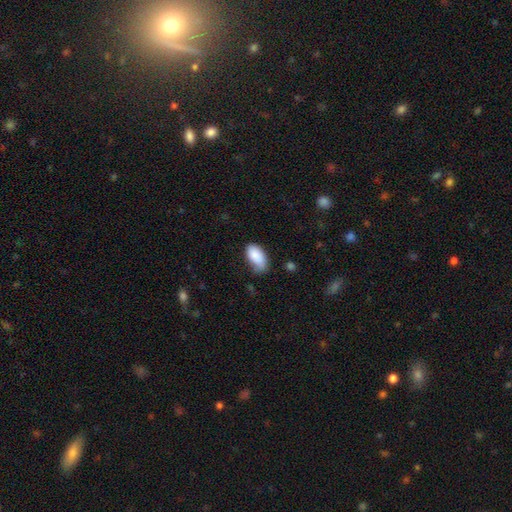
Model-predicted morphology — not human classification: Smooth or featured?
  - smooth: 87% *
  - star or artifact: 6%
  - featured or disk: 6%
How rounded?
  - in between: 95% *
  - round: 3%
  - cigar-shaped: 2%
Merging?
  - none: 56% *
  - minor disturbance: 33%
  - major disturbance: 8%
  - merger: 3%